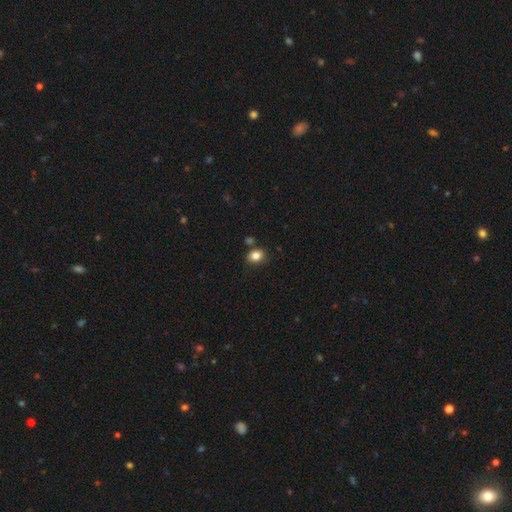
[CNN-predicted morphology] A smooth galaxy with no disk features (83%) that is in between round and cigar-shaped (55%). Merging: none (78%).